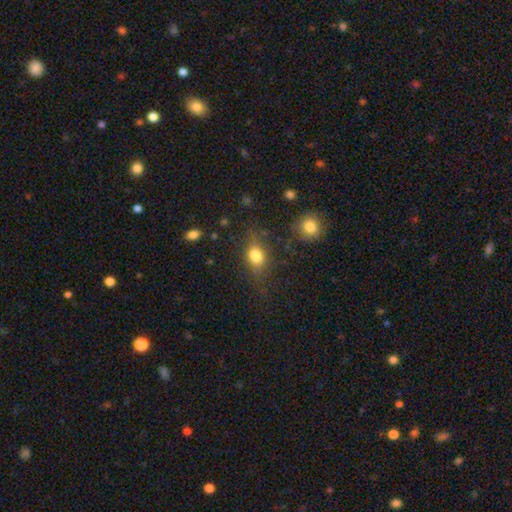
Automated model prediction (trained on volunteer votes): Smooth or featured? Predicted: smooth (p=0.76). How rounded? Predicted: in between (p=0.73). Merging? Predicted: none (p=0.64).